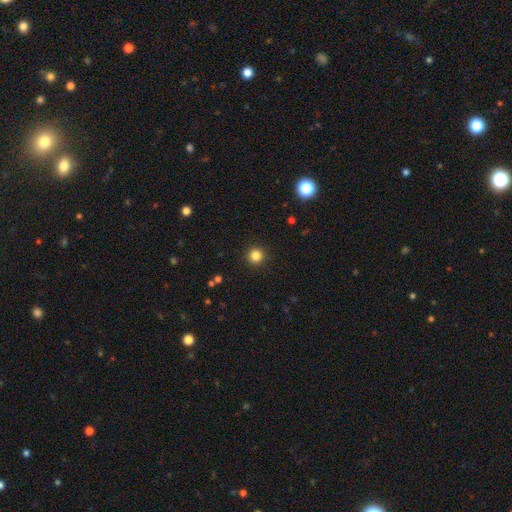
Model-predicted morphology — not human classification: smooth-or-featured: smooth: 84% | star or artifact: 12% | featured or disk: 4%
  how-rounded: round: 95% | in between: 4% | cigar-shaped: 1%
  merging: none: 93% | minor disturbance: 5% | major disturbance: 2% | merger: 1%